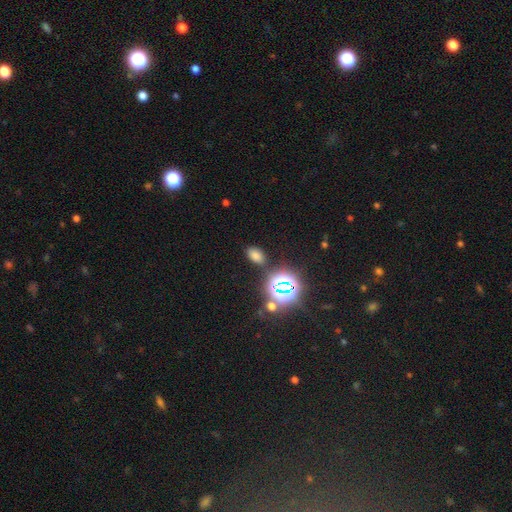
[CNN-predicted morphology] Q: Smooth or featured?
A: smooth (65%); runner-up: star or artifact (28%)
Q: How rounded?
A: in between (87%); runner-up: round (11%)
Q: Merging?
A: none (82%); runner-up: minor disturbance (11%)